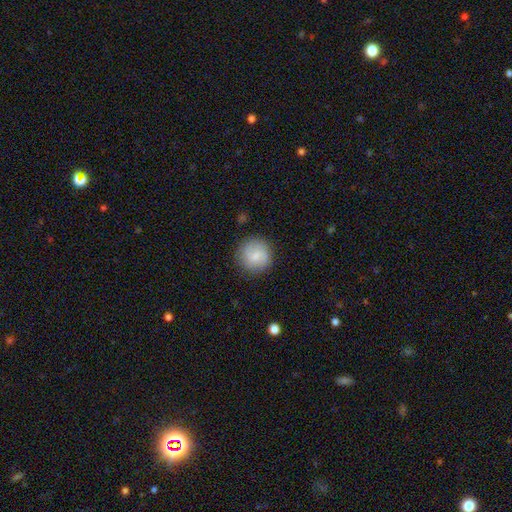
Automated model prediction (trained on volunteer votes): smooth 69%, featured or disk 23%, star or artifact 7%. Down the decision tree: how rounded — round (94%); merging — none (85%).